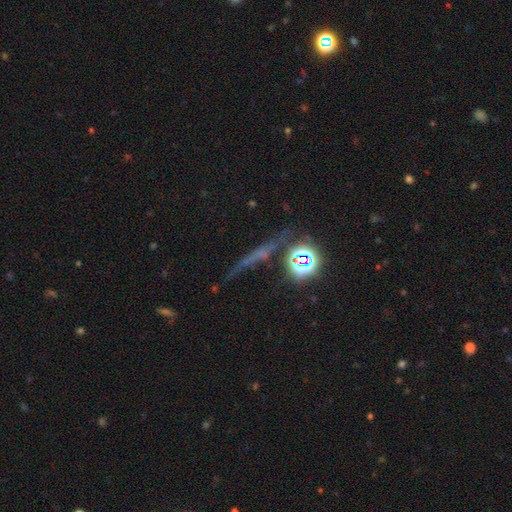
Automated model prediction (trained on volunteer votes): This appears to be a star or artifact, not a galaxy (47%).